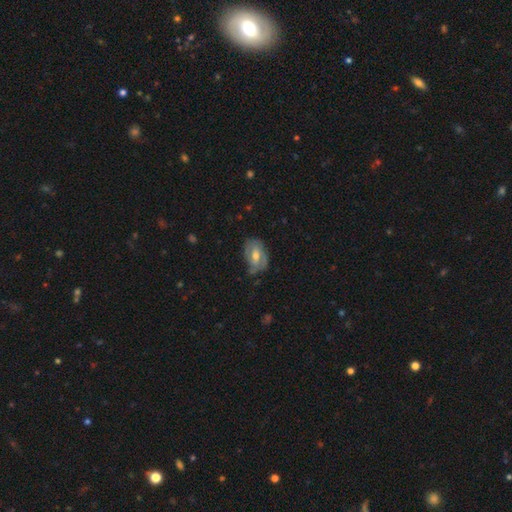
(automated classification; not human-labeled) Q: Smooth or featured?
A: featured or disk (49%); runner-up: smooth (44%)
Q: Merging?
A: none (48%); runner-up: minor disturbance (36%)